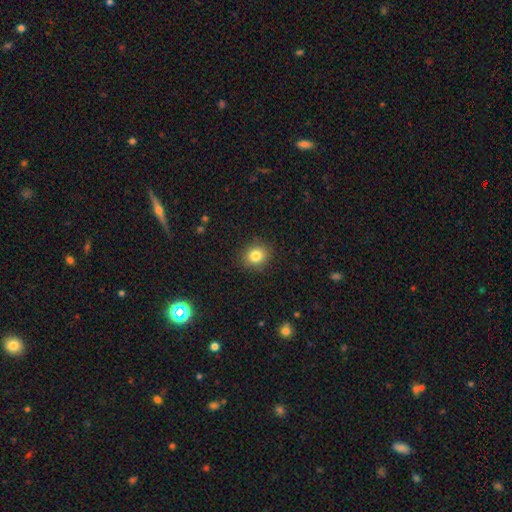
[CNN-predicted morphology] smooth_or_featured: smooth (p=0.83) [alt: star or artifact p=0.11]
how_rounded: round (p=0.69) [alt: in between p=0.30]
merging: none (p=0.89) [alt: minor disturbance p=0.08]